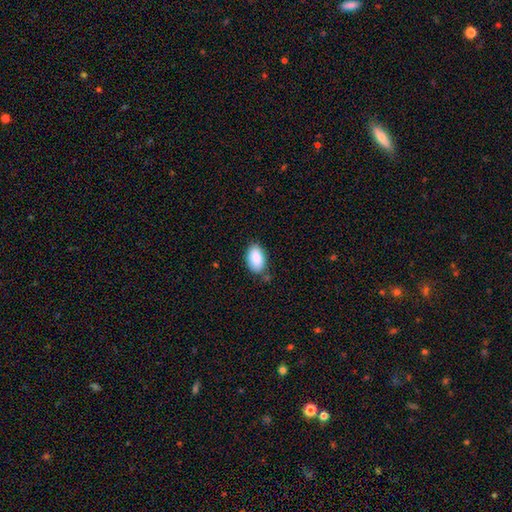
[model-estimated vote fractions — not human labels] Q: Smooth or featured?
A: smooth (89%); runner-up: star or artifact (7%)
Q: How rounded?
A: in between (94%); runner-up: round (4%)
Q: Merging?
A: none (78%); runner-up: minor disturbance (16%)